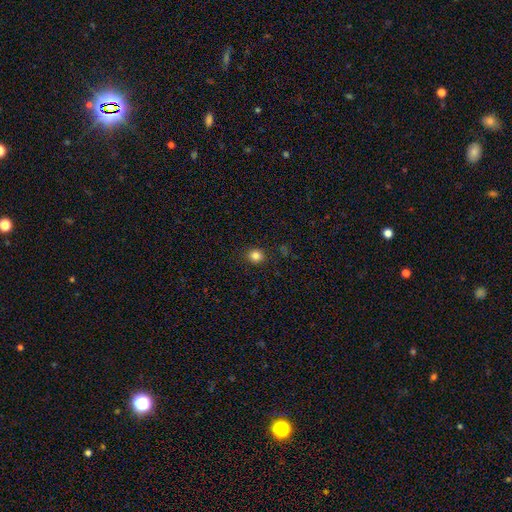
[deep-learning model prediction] smooth 83%, star or artifact 12%, featured or disk 4%. Down the decision tree: how rounded — round (84%); merging — none (89%).